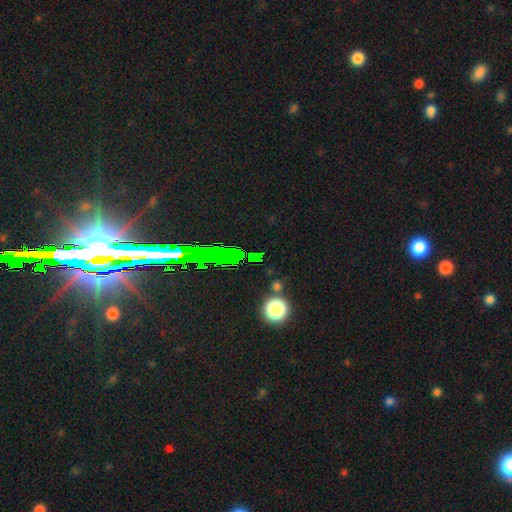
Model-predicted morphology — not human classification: Smooth or featured: star or artifact — 59% (smooth — 28%)